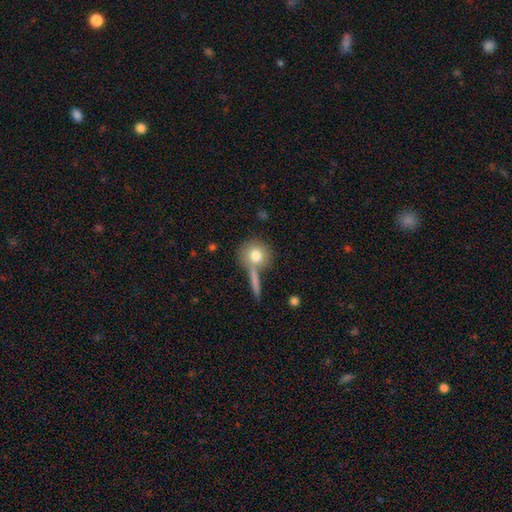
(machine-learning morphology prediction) smooth 76%, featured or disk 15%, star or artifact 9%. Down the decision tree: how rounded — round (87%); merging — none (61%).